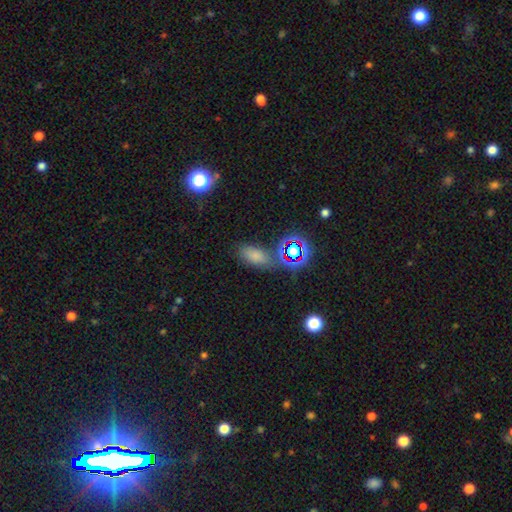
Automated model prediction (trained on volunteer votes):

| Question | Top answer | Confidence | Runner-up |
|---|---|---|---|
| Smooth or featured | smooth | 68% | star or artifact (24%) |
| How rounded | in between | 85% | round (8%) |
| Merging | none | 69% | minor disturbance (16%) |